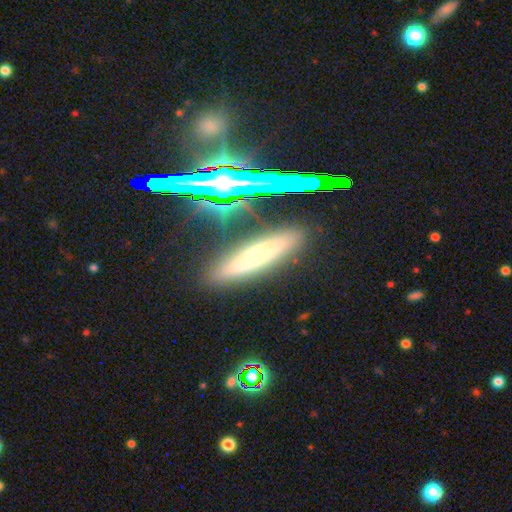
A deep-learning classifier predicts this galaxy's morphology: This is marginally a smooth galaxy (44%). Merging: clearly none (85%).